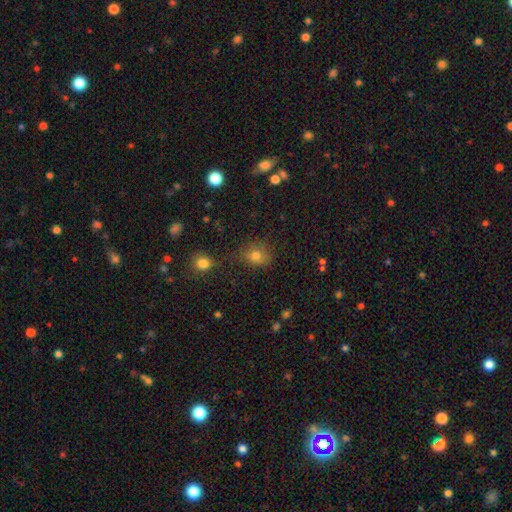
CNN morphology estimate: Smooth or featured? Predicted: smooth (p=0.75). How rounded? Predicted: round (p=0.70). Merging? Predicted: none (p=0.70).